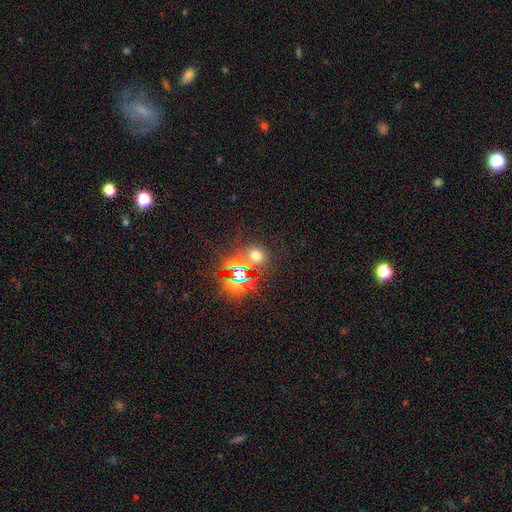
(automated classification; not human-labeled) smooth-or-featured: smooth: 51% | star or artifact: 42% | featured or disk: 8%
  how-rounded: round: 64% | in between: 35% | cigar-shaped: 2%
  merging: none: 75% | merger: 10% | minor disturbance: 10% | major disturbance: 5%